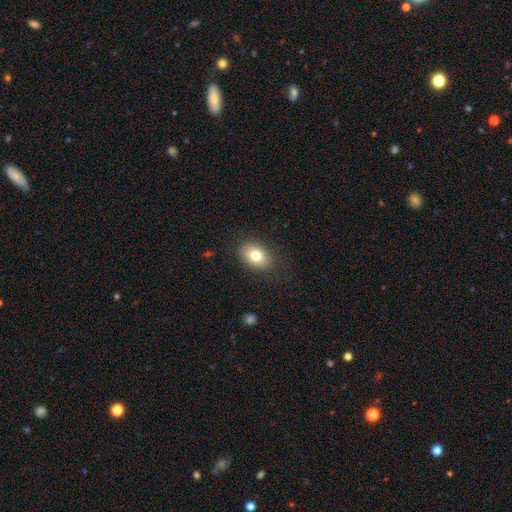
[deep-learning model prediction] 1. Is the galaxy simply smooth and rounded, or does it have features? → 78% smooth, 13% featured or disk, 9% star or artifact.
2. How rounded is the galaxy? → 78% in between, 21% round, 1% cigar-shaped.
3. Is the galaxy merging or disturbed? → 83% none, 12% minor disturbance, 4% major disturbance, 1% merger.